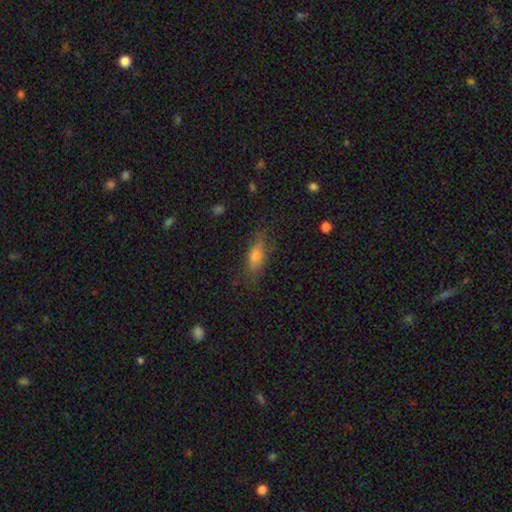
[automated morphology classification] The model was most divided on "how rounded": in between: 67%, cigar-shaped: 28%, round: 5%. More confident: merging — none (75%); smooth or featured — smooth (71%).